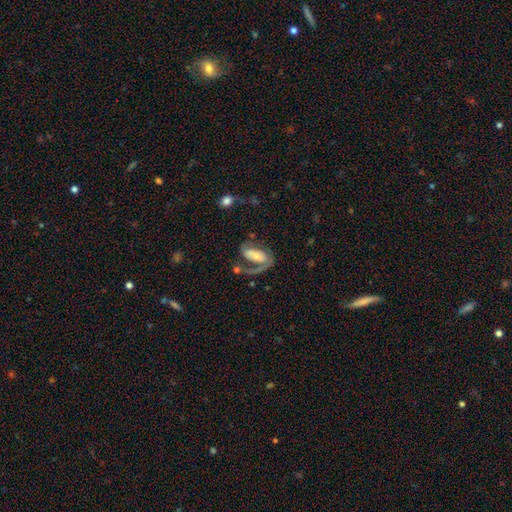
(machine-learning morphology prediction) Overall: featured or disk (70%). Edge-on disk: no (95%). Bar: no (39%; weak 31%). Spiral arms: yes (86%). Spiral arm count: 2 (47%; 1 45%). Spiral winding: medium (40%; loose 37%). Bulge size: small (45%; moderate 36%). Merging: none (38%; major disturbance 37%).